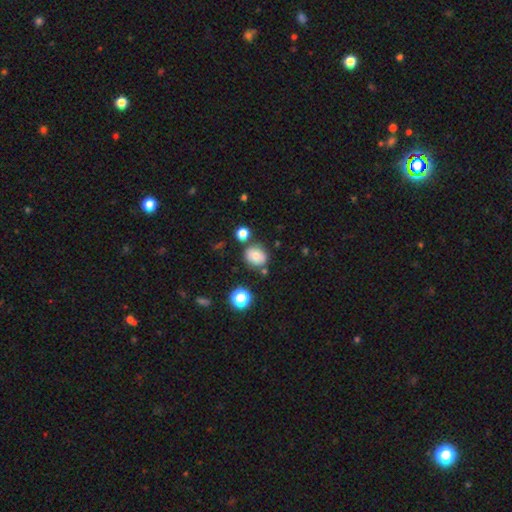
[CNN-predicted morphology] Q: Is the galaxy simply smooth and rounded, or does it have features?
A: smooth — 72%.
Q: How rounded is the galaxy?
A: round — 68%.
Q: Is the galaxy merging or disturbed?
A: none — 73%.